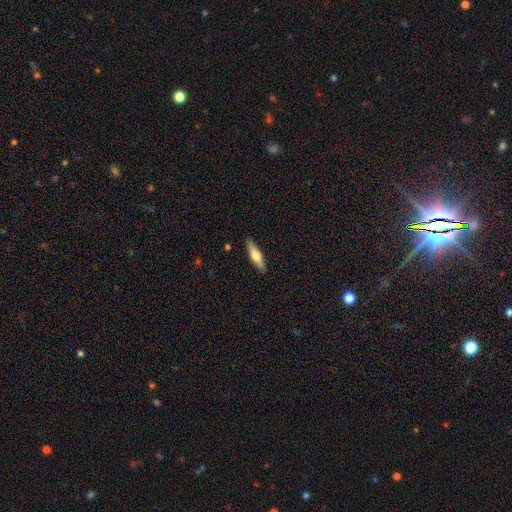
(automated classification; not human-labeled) Smooth or featured? featured or disk (51%)
Edge-on disk? yes (95%)
Merging? none (89%)